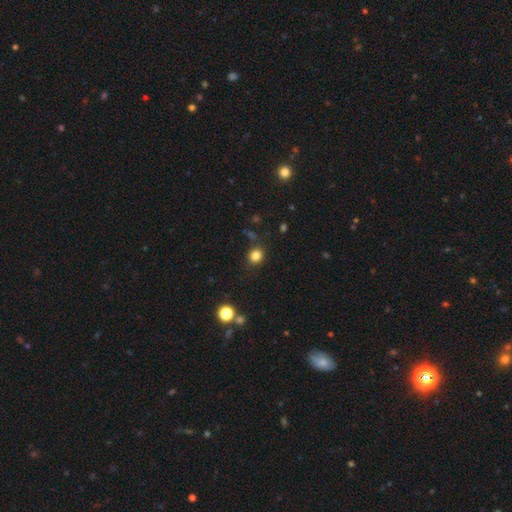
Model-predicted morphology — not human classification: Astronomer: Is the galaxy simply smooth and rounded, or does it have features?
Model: smooth — 82%.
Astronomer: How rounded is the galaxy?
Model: round — 77%.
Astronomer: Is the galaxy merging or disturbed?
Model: none — 82%.